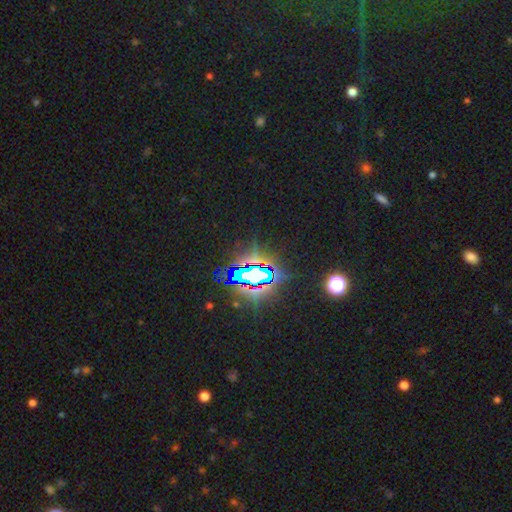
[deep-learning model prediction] Smooth or featured? Predicted: star or artifact (p=0.83).